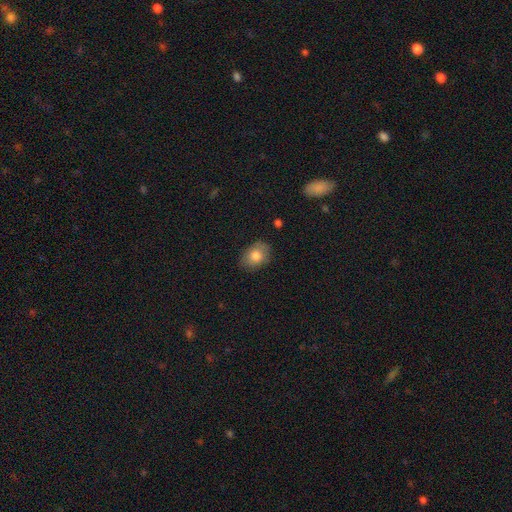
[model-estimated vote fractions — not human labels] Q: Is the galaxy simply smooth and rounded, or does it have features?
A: smooth — 80%.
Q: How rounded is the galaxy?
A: in between — 71%.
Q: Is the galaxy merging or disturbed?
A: none — 81%.